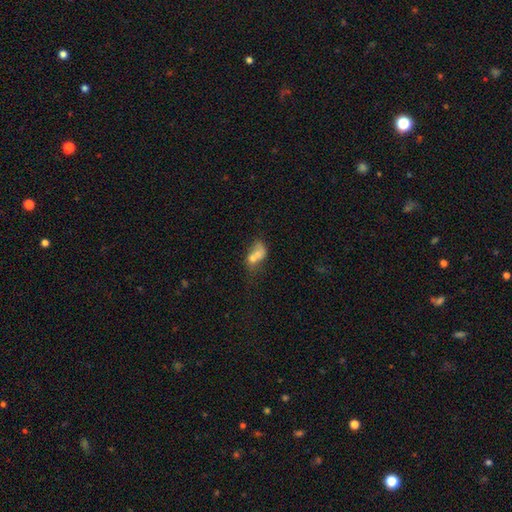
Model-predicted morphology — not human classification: This is likely a smooth galaxy (63%). How rounded: likely in between (63%). Merging: likely merger (69%).